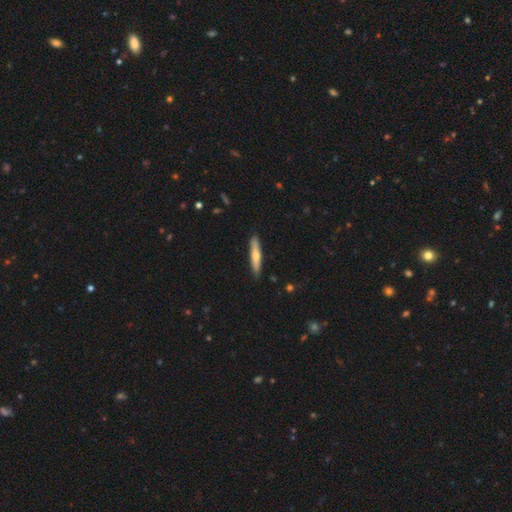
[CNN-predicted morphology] smooth-or-featured: smooth: 59% | featured or disk: 36% | star or artifact: 5%
  how-rounded: cigar-shaped: 88% | in between: 10% | round: 1%
  merging: none: 89% | minor disturbance: 8% | major disturbance: 1% | merger: 1%